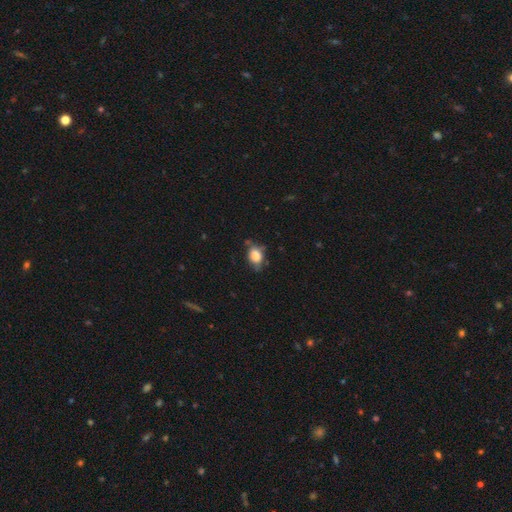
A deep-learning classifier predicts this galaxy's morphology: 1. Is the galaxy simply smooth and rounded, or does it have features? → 80% smooth, 11% featured or disk, 9% star or artifact.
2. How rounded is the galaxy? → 70% in between, 28% round, 2% cigar-shaped.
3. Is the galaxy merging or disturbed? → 61% none, 28% minor disturbance, 6% major disturbance, 4% merger.